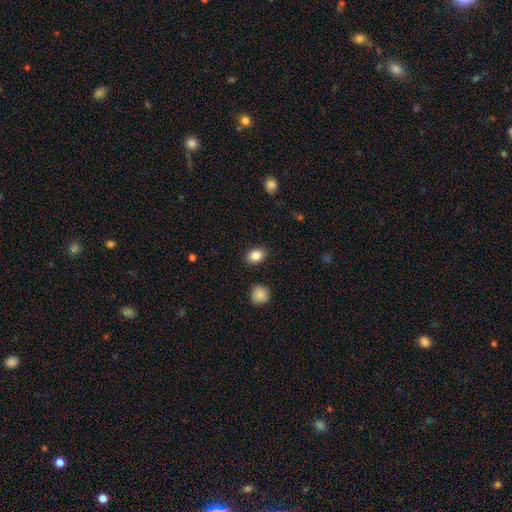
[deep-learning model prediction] Smooth or featured? smooth (86%)
How rounded? in between (66%)
Merging? none (88%)